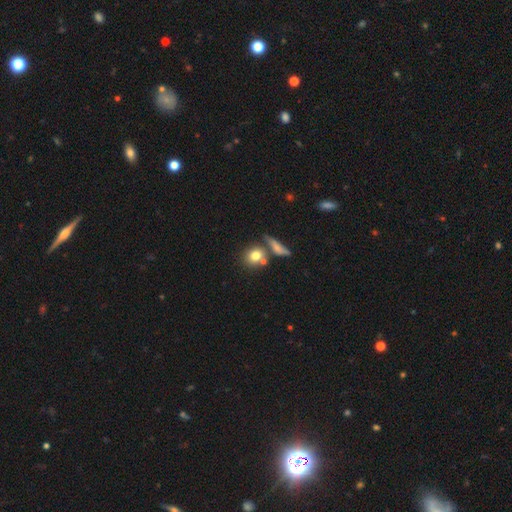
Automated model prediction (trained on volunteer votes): Morphology: type=smooth (76%); roundness=round (69%); merging=none (57%).